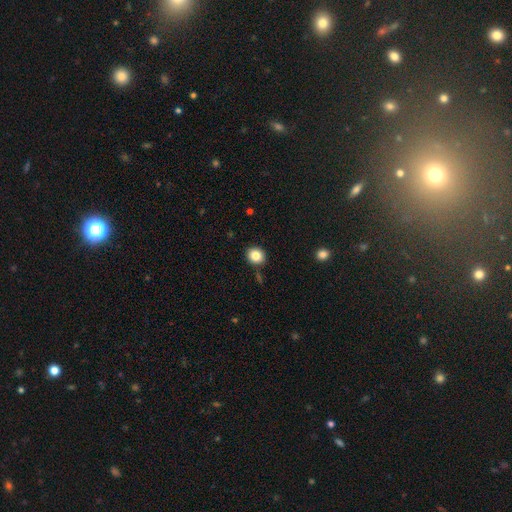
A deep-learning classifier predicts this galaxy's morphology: smooth-or-featured: smooth: 85% | star or artifact: 10% | featured or disk: 6%
  how-rounded: round: 74% | in between: 25% | cigar-shaped: 1%
  merging: none: 86% | minor disturbance: 8% | merger: 3% | major disturbance: 2%